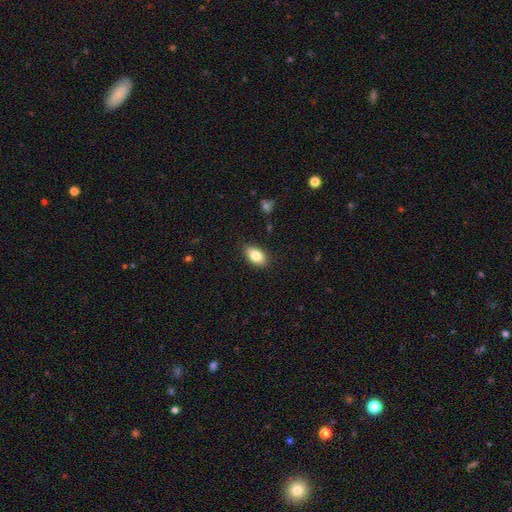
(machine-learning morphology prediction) Smooth or featured: smooth — 83% (featured or disk — 10%)
How rounded: in between — 90% (round — 8%)
Merging: none — 85% (minor disturbance — 12%)